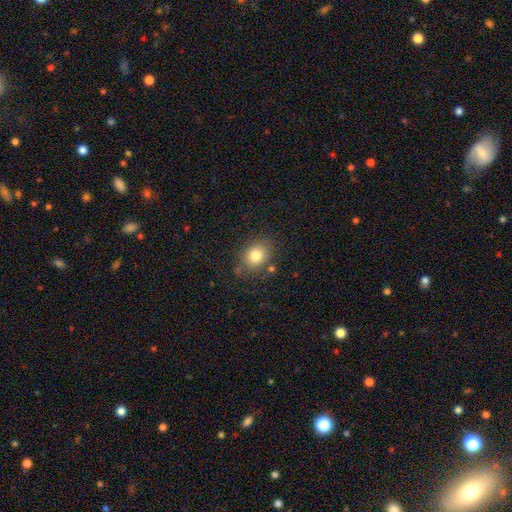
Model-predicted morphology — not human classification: Q: Smooth or featured?
A: smooth (81%); runner-up: star or artifact (10%)
Q: How rounded?
A: round (51%); runner-up: in between (48%)
Q: Merging?
A: none (77%); runner-up: minor disturbance (14%)